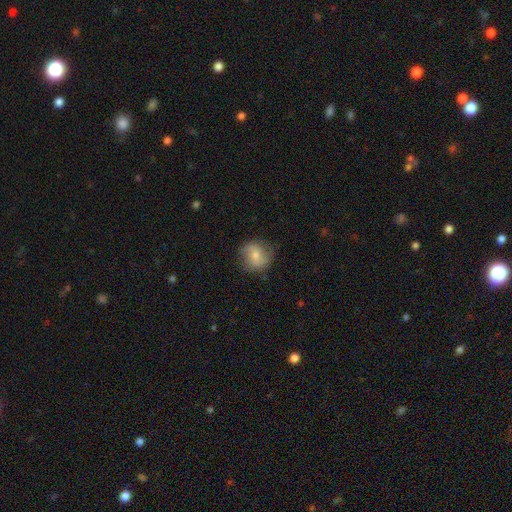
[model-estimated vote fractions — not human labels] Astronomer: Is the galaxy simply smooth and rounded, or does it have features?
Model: smooth — 51% (runner-up: featured or disk, 40%).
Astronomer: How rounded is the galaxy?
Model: round — 84%.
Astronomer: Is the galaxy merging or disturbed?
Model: none — 79%.